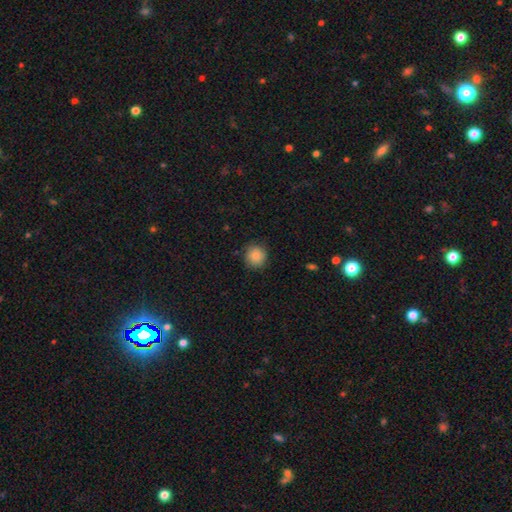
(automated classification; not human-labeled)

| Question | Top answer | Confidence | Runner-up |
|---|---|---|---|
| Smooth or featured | smooth | 87% | star or artifact (9%) |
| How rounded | round | 90% | in between (9%) |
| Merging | none | 86% | minor disturbance (10%) |